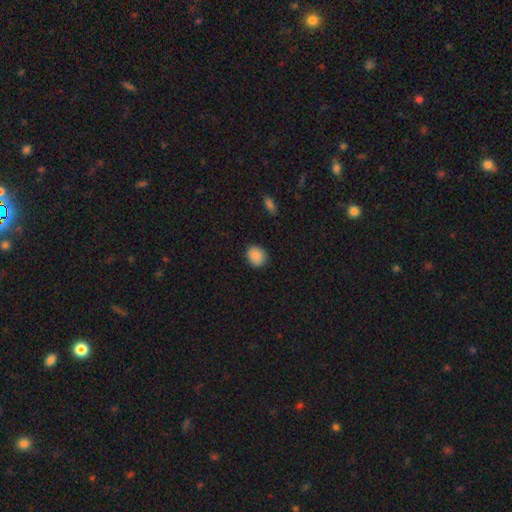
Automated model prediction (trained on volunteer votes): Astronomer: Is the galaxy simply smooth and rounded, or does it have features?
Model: smooth — 87%.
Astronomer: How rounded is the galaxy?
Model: round — 71%.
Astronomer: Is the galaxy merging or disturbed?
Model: none — 88%.